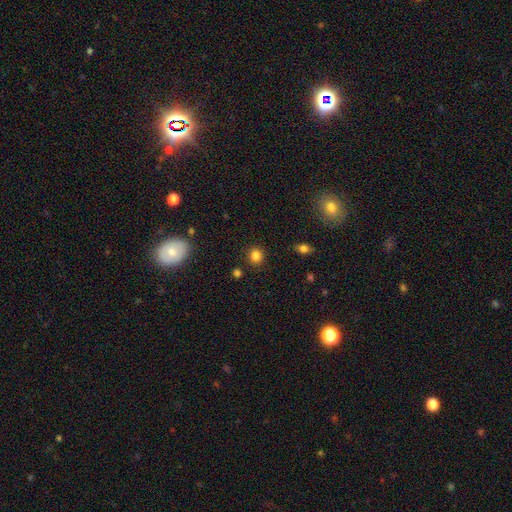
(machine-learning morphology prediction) Smooth or featured: smooth — 83% (star or artifact — 12%)
How rounded: round — 83% (in between — 16%)
Merging: none — 89% (minor disturbance — 7%)